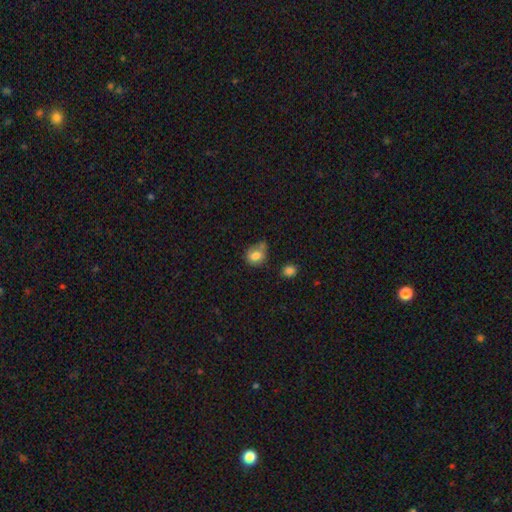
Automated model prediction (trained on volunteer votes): This is likely a smooth galaxy (78%). How rounded: likely round (62%). Merging: possibly none (48%).